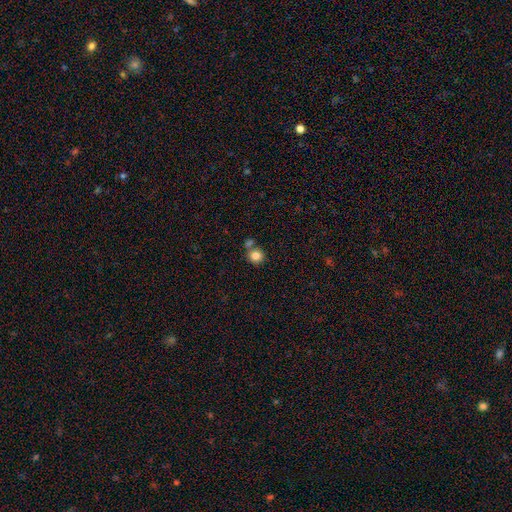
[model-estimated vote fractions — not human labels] smooth-or-featured: smooth: 83% | star or artifact: 10% | featured or disk: 7%
  how-rounded: round: 88% | in between: 11% | cigar-shaped: 1%
  merging: none: 63% | merger: 25% | minor disturbance: 9% | major disturbance: 3%